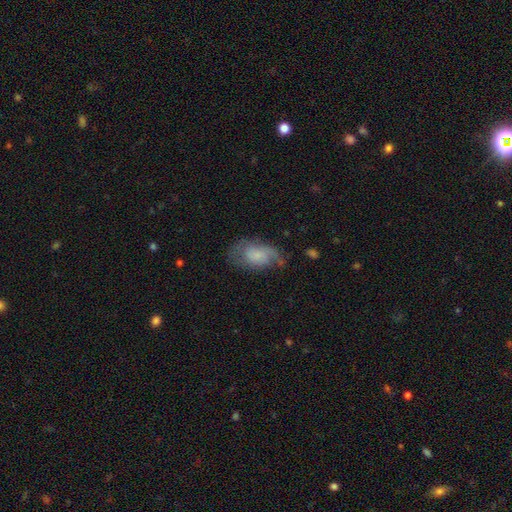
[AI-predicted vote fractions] Smooth or featured?
  - smooth: 50% *
  - featured or disk: 42%
  - star or artifact: 8%
Merging?
  - none: 48% *
  - minor disturbance: 29%
  - major disturbance: 20%
  - merger: 2%